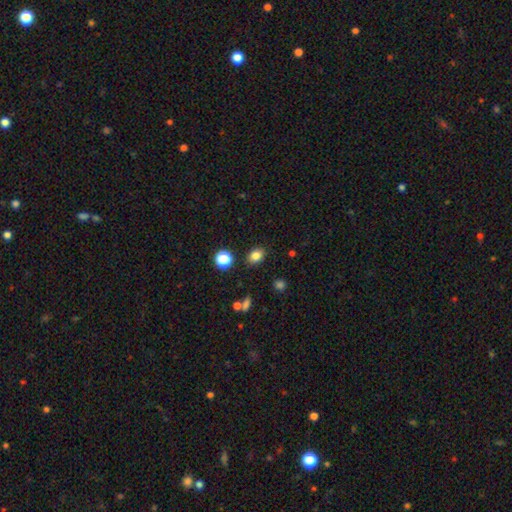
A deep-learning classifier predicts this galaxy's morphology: The model was most divided on "how rounded": in between: 67%, round: 32%, cigar-shaped: 1%. More confident: merging — none (86%); smooth or featured — smooth (82%).